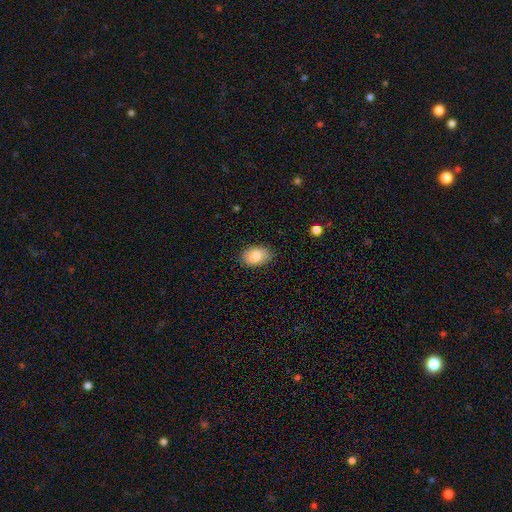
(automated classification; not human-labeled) Smooth or featured? Predicted: smooth (p=0.81). How rounded? Predicted: in between (p=0.88). Merging? Predicted: none (p=0.77).